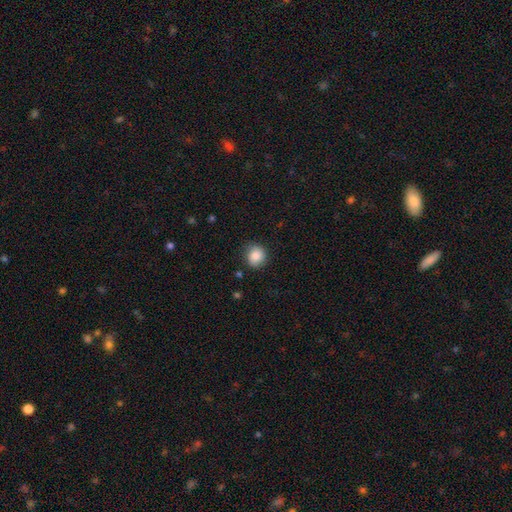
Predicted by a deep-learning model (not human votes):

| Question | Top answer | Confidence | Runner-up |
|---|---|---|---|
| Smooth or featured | smooth | 86% | star or artifact (9%) |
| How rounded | round | 82% | in between (17%) |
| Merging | none | 80% | minor disturbance (15%) |